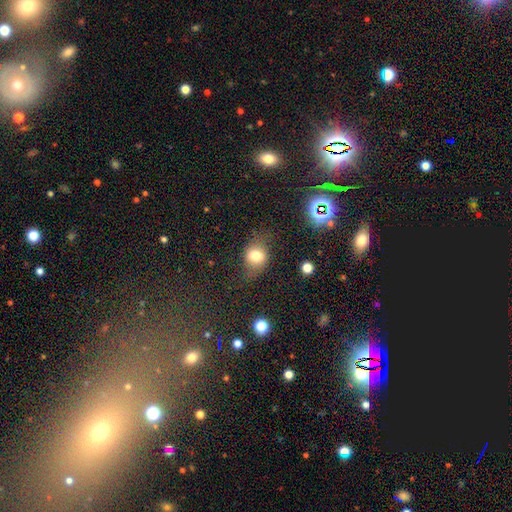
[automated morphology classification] Smooth or featured? smooth (70%)
How rounded? in between (49%, tied with round)
Merging? none (66%)